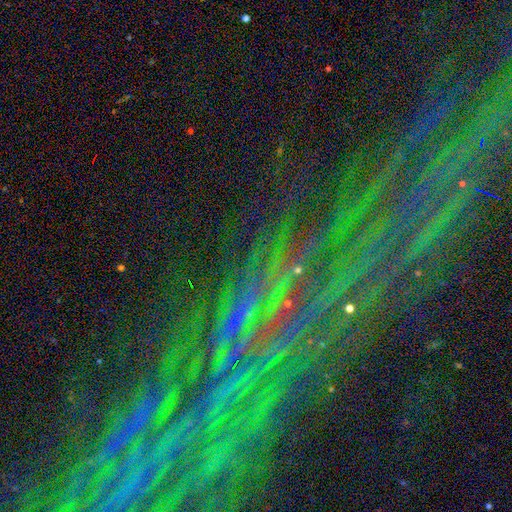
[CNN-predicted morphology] smooth_or_featured: star or artifact (p=0.76) [alt: featured or disk p=0.15]